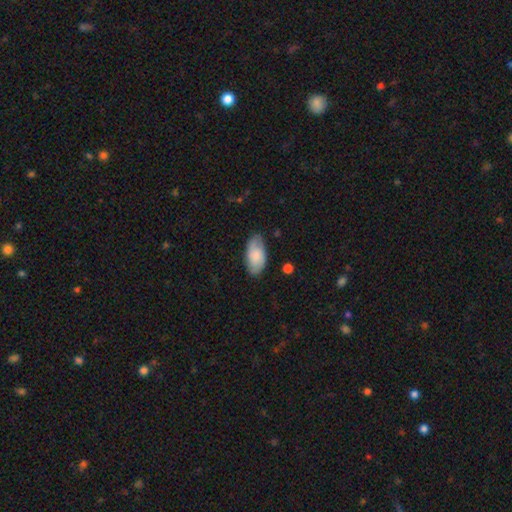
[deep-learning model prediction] Q: Smooth or featured?
A: smooth (69%); runner-up: featured or disk (24%)
Q: How rounded?
A: in between (94%); runner-up: cigar-shaped (3%)
Q: Merging?
A: none (77%); runner-up: minor disturbance (18%)